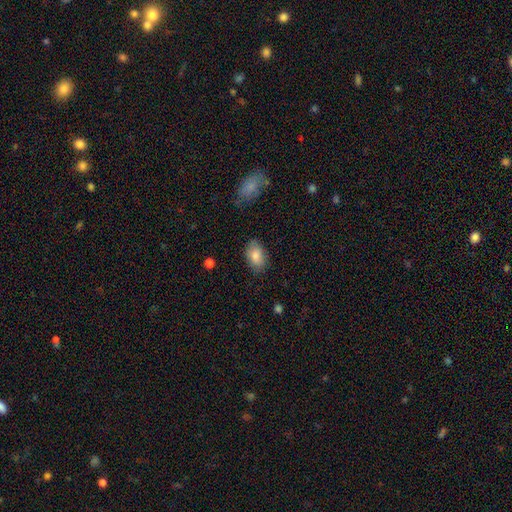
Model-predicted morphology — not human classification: smooth-or-featured: smooth: 84% | featured or disk: 9% | star or artifact: 7%
  how-rounded: in between: 89% | round: 10% | cigar-shaped: 1%
  merging: none: 80% | minor disturbance: 16% | major disturbance: 3% | merger: 1%